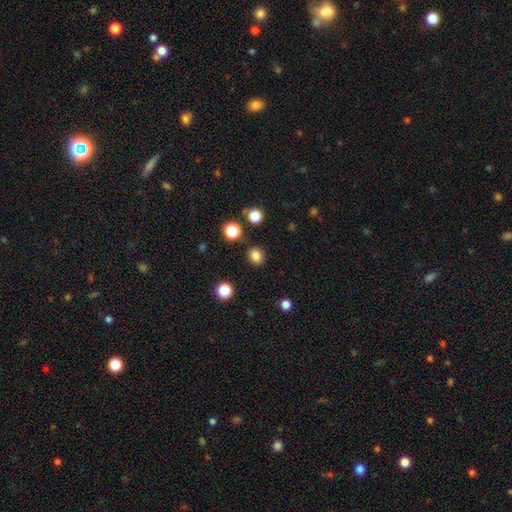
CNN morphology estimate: Smooth or featured: smooth — 83% (star or artifact — 13%)
How rounded: round — 80% (in between — 19%)
Merging: none — 88% (minor disturbance — 8%)